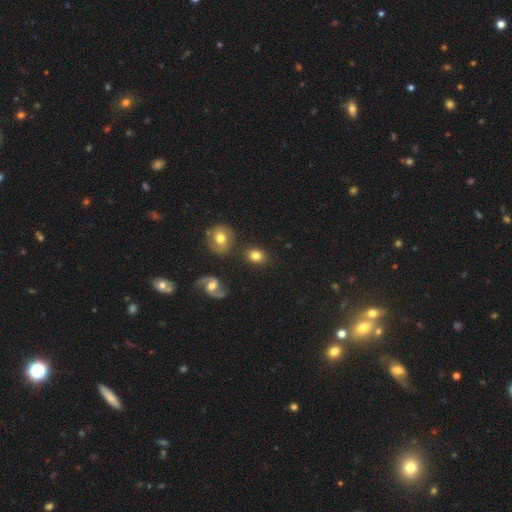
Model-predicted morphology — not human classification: type=smooth (79%); roundness=round (55%); merging=none (81%).